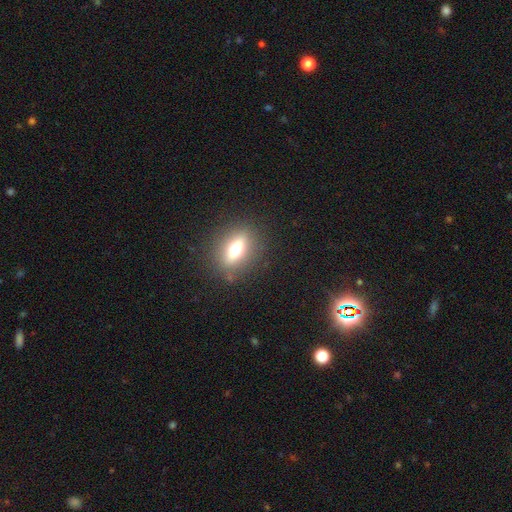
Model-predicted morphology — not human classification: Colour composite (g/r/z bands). It shows a smooth galaxy with no disk features (51%) that is in between round and cigar-shaped (61%). Merging: none (89%).